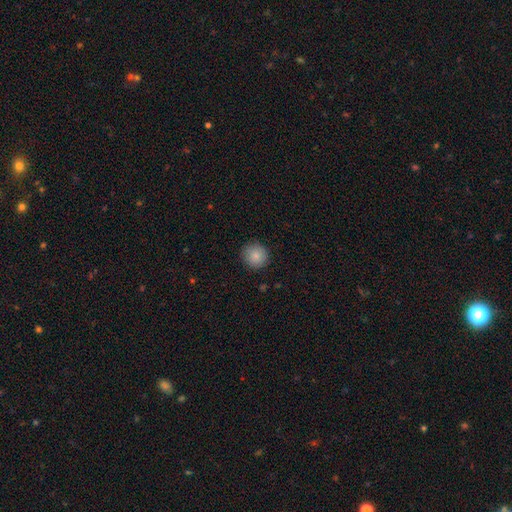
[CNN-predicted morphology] Overall: smooth (87%). How rounded: round (94%). Merging: none (89%).